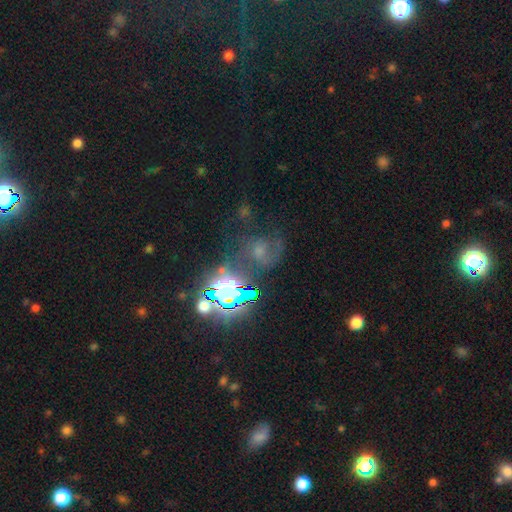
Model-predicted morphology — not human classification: type=star or artifact (72%).